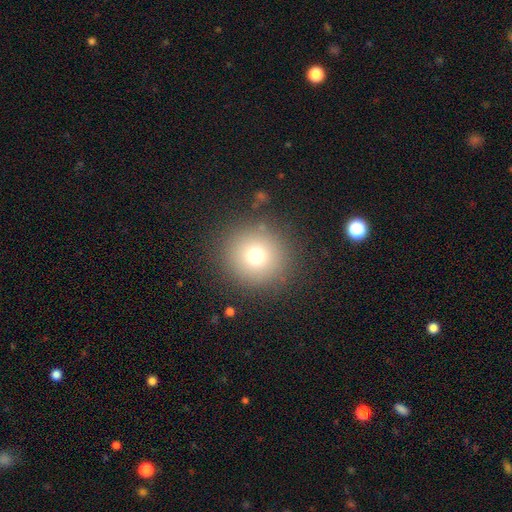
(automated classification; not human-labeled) Smooth or featured? smooth (74%)
How rounded? round (95%)
Merging? none (88%)